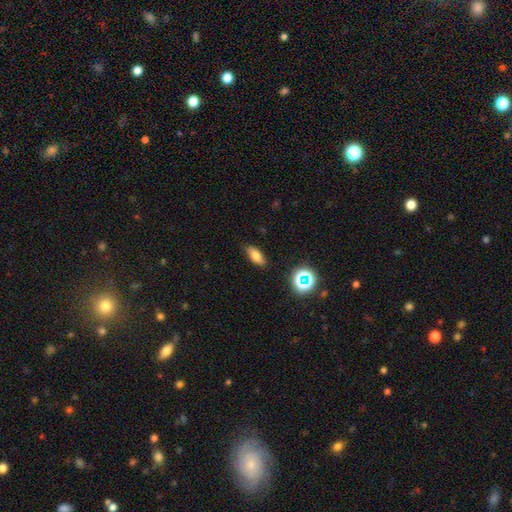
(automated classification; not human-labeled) This appears to be a smooth galaxy with no disk features (75%) that is in between round and cigar-shaped (78%). Merging: none (84%).